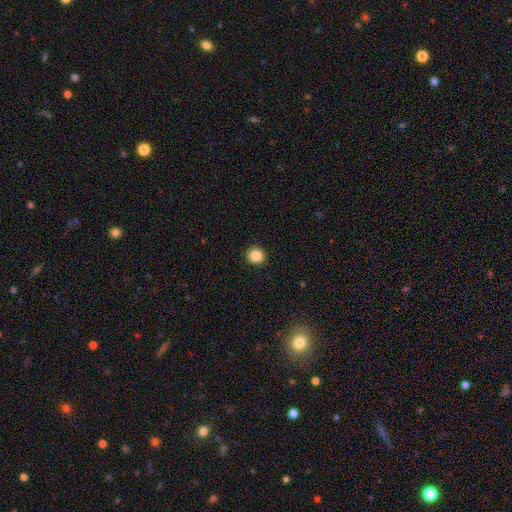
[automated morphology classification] The model was most divided on "smooth or featured": smooth: 86%, star or artifact: 10%, featured or disk: 4%. More confident: merging — none (93%); how rounded — round (89%).